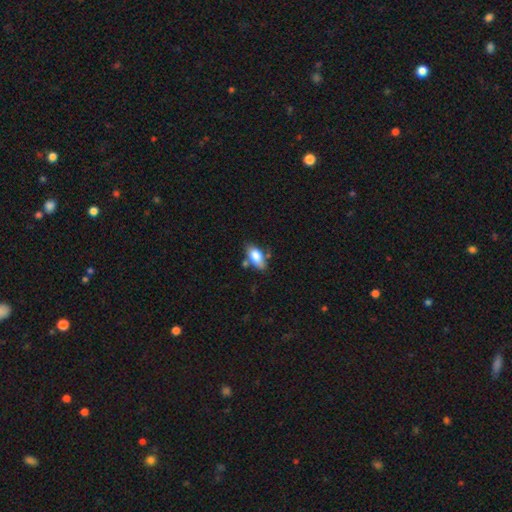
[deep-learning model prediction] Overall: smooth (78%). How rounded: in between (90%). Merging: none (58%; minor disturbance 24%).